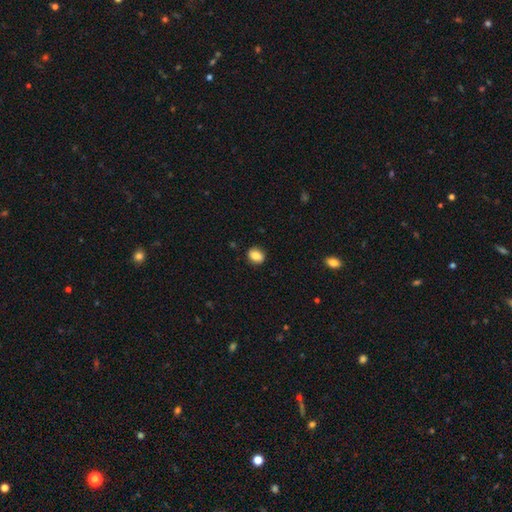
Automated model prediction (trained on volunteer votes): Q: Smooth or featured?
A: smooth (81%); runner-up: featured or disk (10%)
Q: How rounded?
A: round (55%); runner-up: in between (43%)
Q: Merging?
A: none (88%); runner-up: minor disturbance (9%)